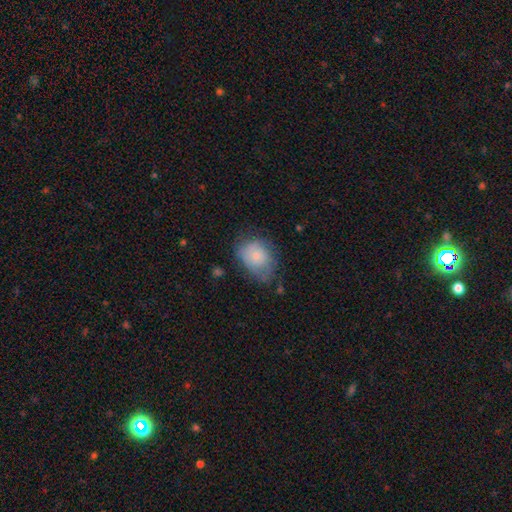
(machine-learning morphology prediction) The model was most divided on "merging": none: 48%, minor disturbance: 34%, major disturbance: 15%, merger: 2%. More confident: smooth or featured — smooth (71%); how rounded — in between (63%).